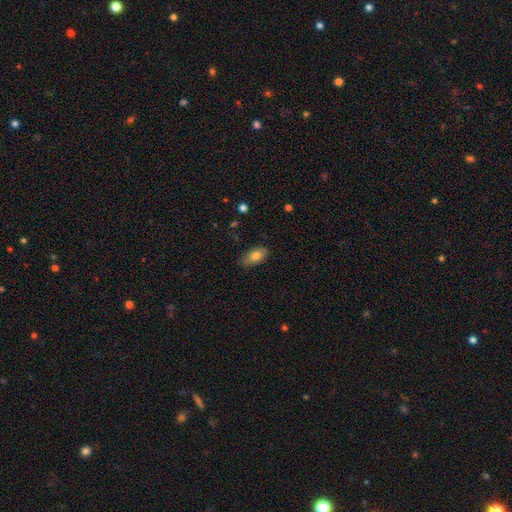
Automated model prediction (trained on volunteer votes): Smooth or featured: smooth — 77% (featured or disk — 16%)
How rounded: in between — 88% (cigar-shaped — 8%)
Merging: none — 82% (minor disturbance — 15%)